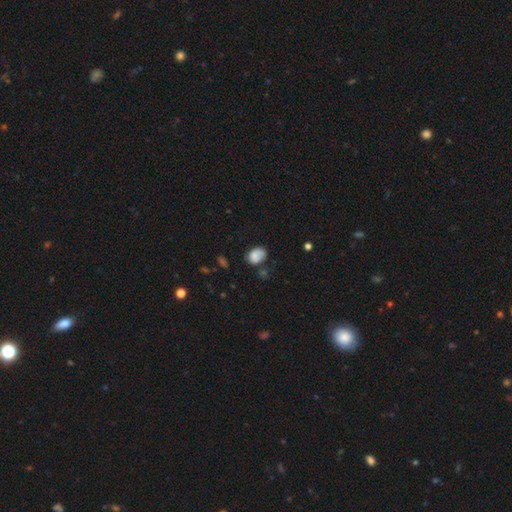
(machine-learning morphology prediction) Smooth or featured? Predicted: smooth (p=0.79). How rounded? Predicted: in between (p=0.67). Merging? Predicted: none (p=0.55).